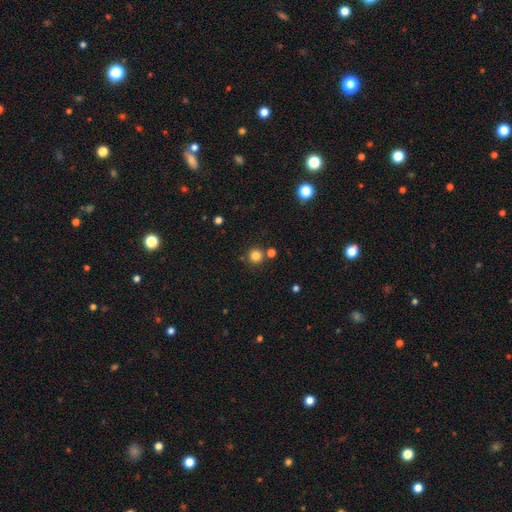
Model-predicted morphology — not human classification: A smooth galaxy with no disk features (82%) that is round (94%). Merging: none (80%).